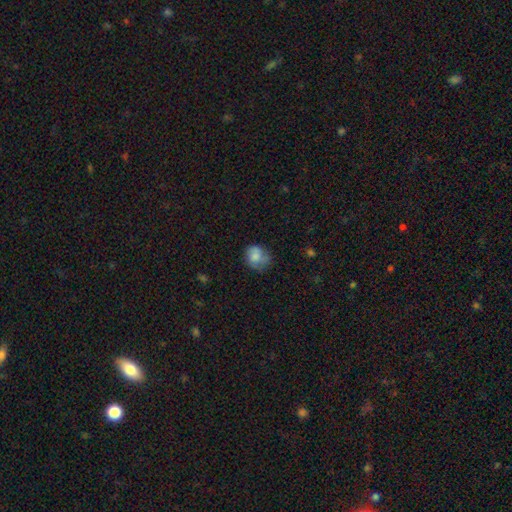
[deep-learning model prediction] Smooth or featured? Predicted: smooth (p=0.72). How rounded? Predicted: round (p=0.66). Merging? Predicted: none (p=0.49).